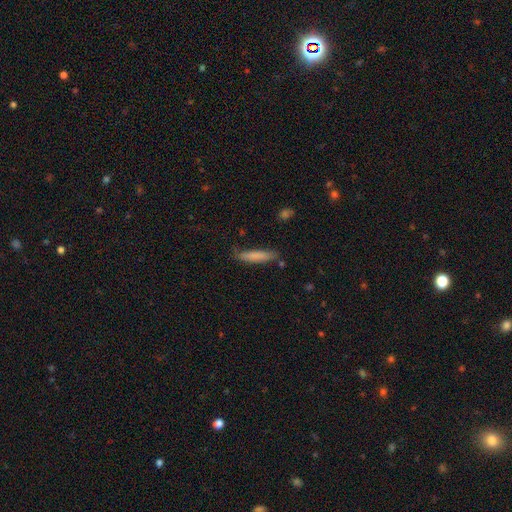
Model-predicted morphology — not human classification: Overall: smooth (79%). How rounded: cigar-shaped (87%). Merging: none (78%).